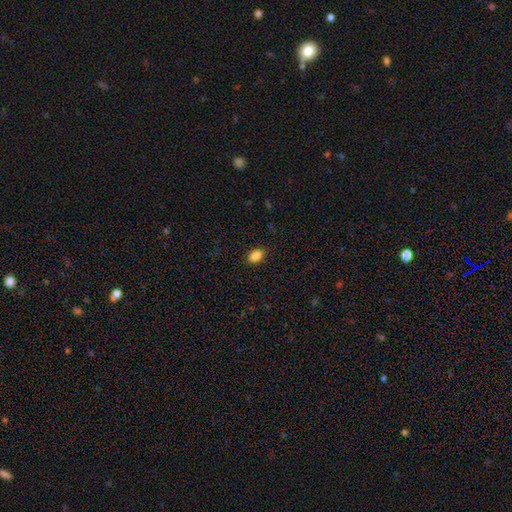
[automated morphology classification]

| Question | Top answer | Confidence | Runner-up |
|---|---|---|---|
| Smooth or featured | smooth | 86% | star or artifact (9%) |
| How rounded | in between | 84% | round (14%) |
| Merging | none | 87% | minor disturbance (10%) |